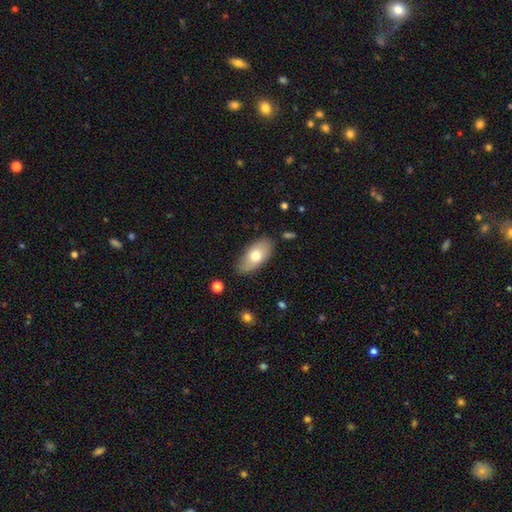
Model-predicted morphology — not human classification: smooth-or-featured: smooth: 70% | featured or disk: 23% | star or artifact: 6%
  how-rounded: in between: 92% | cigar-shaped: 5% | round: 3%
  merging: none: 82% | minor disturbance: 14% | major disturbance: 3% | merger: 2%